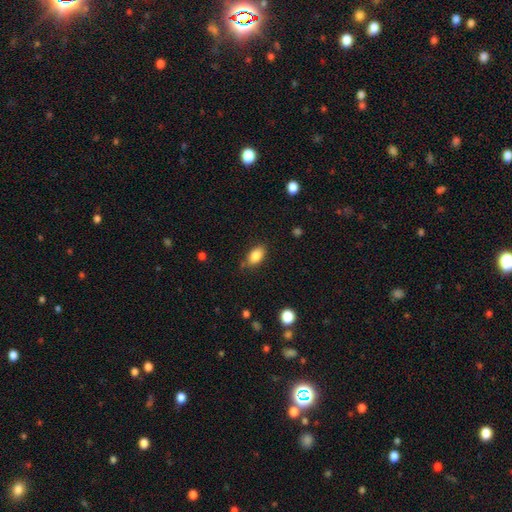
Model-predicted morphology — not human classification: The model was most divided on "merging": none: 80%, minor disturbance: 15%, major disturbance: 3%, merger: 2%. More confident: how rounded — in between (89%); smooth or featured — smooth (85%).